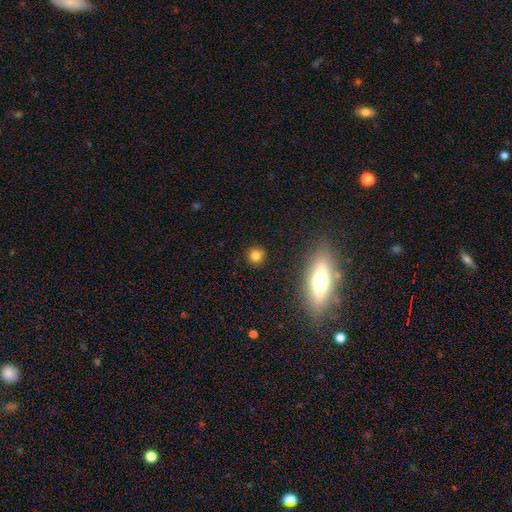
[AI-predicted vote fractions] smooth 81%, star or artifact 12%, featured or disk 6%. Down the decision tree: how rounded — round (90%); merging — none (89%).